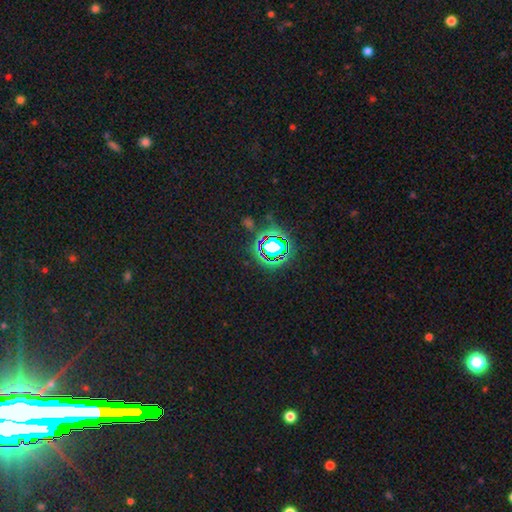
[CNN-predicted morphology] This appears to be a star or artifact, not a galaxy (79%).